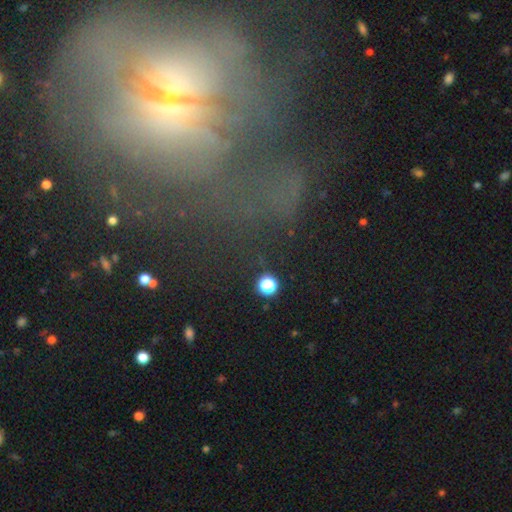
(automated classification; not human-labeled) Morphology: type=star or artifact (43%).